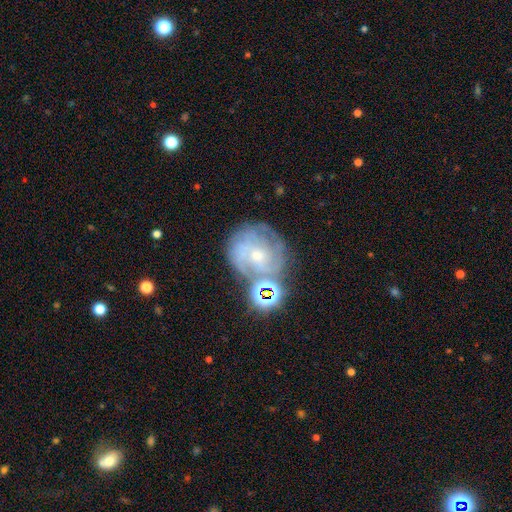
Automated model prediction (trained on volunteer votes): Overall: featured or disk (69%). Edge-on disk: no (97%). Bar: no (70%). Spiral arms: yes (87%). Spiral arm count: can't tell (40%; 3 21%). Spiral winding: tight (60%; medium 31%). Bulge size: small (59%; moderate 33%). Merging: none (60%).